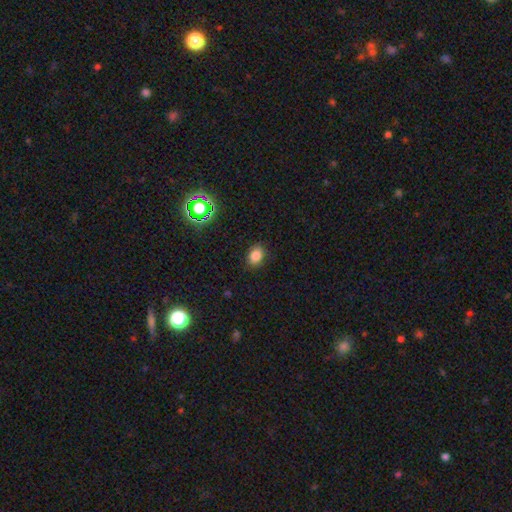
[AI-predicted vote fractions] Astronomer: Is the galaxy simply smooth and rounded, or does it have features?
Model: smooth — 81%.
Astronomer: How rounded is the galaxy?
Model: in between — 69%.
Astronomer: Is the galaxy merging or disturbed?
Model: none — 86%.